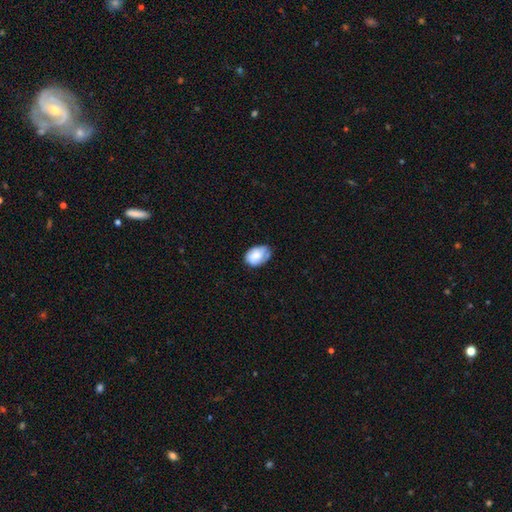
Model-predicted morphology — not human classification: A smooth galaxy with no disk features (72%) that is in between round and cigar-shaped (80%). Merging: none (52%).